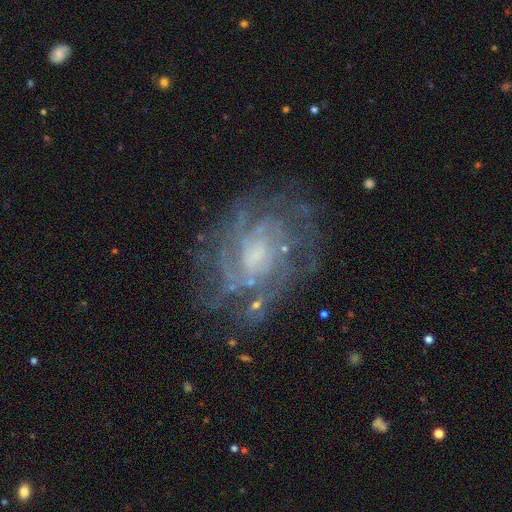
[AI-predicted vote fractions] smooth_or_featured: featured or disk (p=0.83) [alt: smooth p=0.09]
disk_edge_on: no (p=0.97) [alt: yes p=0.03]
bar: no (p=0.63) [alt: weak p=0.31]
has_spiral_arms: yes (p=0.88) [alt: no p=0.12]
spiral_winding: tight (p=0.60) [alt: medium p=0.31]
spiral_arm_count: can't tell (p=0.47) [alt: 2 p=0.14]
bulge_size: small (p=0.37) [alt: moderate p=0.30]
merging: none (p=0.70) [alt: minor disturbance p=0.17]